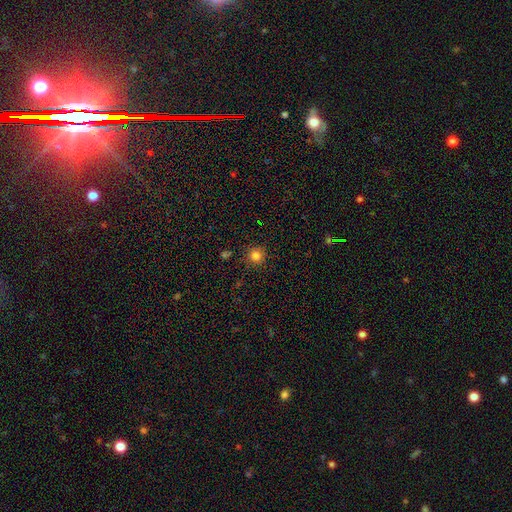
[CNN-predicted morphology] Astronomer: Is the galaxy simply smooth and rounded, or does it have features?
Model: smooth — 82%.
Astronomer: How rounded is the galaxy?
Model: round — 95%.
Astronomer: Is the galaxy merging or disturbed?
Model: none — 89%.